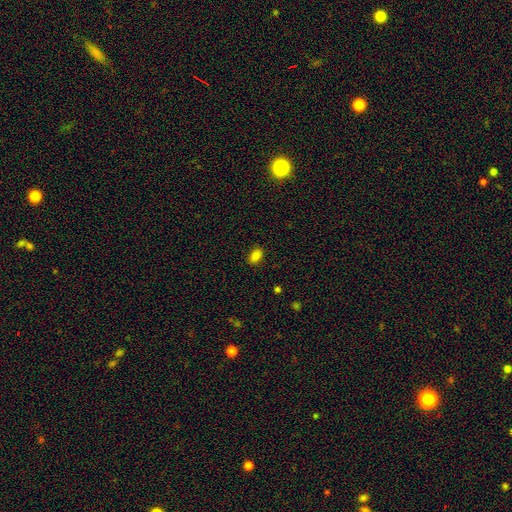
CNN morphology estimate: smooth 83%, star or artifact 12%, featured or disk 5%. Down the decision tree: how rounded — in between (85%); merging — none (87%).